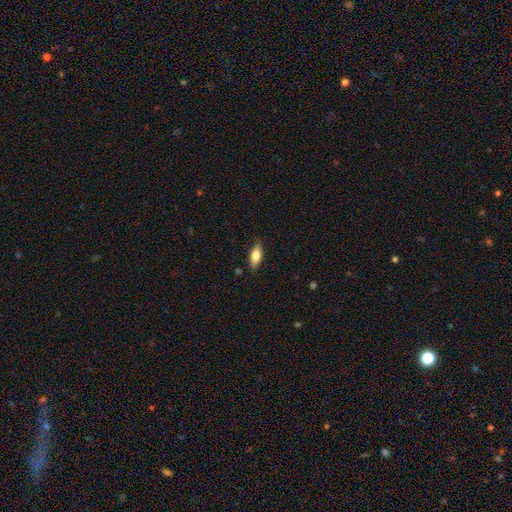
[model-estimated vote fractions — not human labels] A smooth galaxy with no disk features (73%) that is in between round and cigar-shaped (75%). Merging: none (85%).